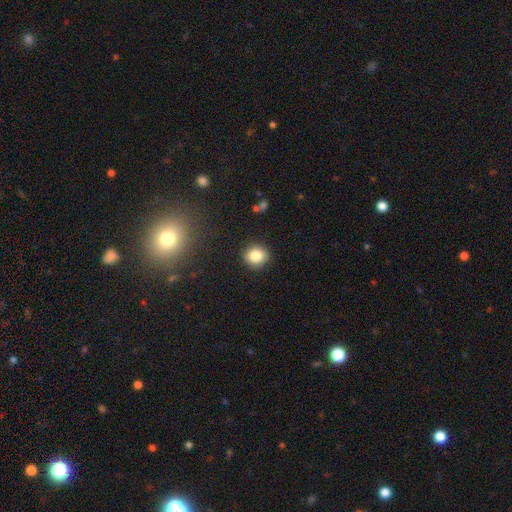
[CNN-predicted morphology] The model was most divided on "how rounded": round: 80%, in between: 19%, cigar-shaped: 1%. More confident: merging — none (89%); smooth or featured — smooth (83%).